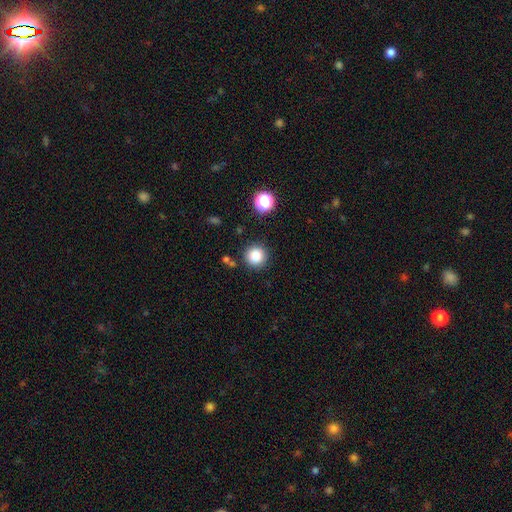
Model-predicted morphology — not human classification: This appears to be a smooth galaxy with no disk features (84%) that is round (95%). Merging: none (87%).